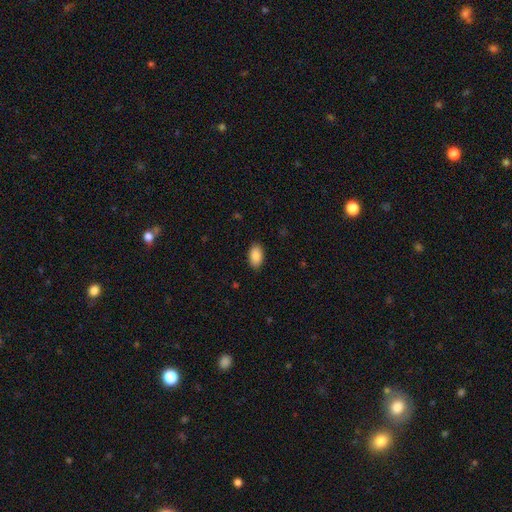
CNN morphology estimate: smooth_or_featured: smooth (p=0.89) [alt: star or artifact p=0.07]
how_rounded: in between (p=0.94) [alt: round p=0.04]
merging: none (p=0.89) [alt: minor disturbance p=0.09]